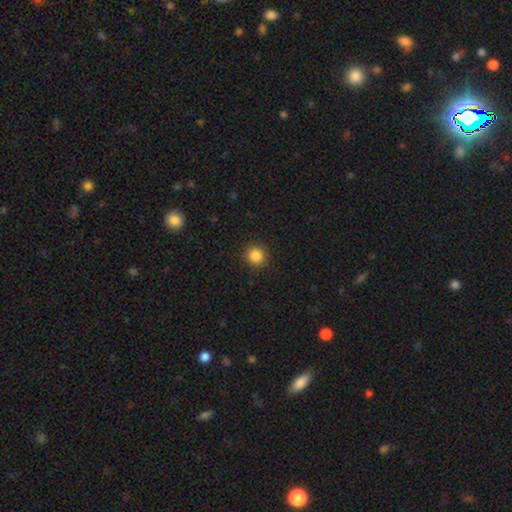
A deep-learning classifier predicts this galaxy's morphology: smooth_or_featured: smooth (p=0.86) [alt: star or artifact p=0.10]
how_rounded: round (p=0.93) [alt: in between p=0.06]
merging: none (p=0.92) [alt: minor disturbance p=0.05]